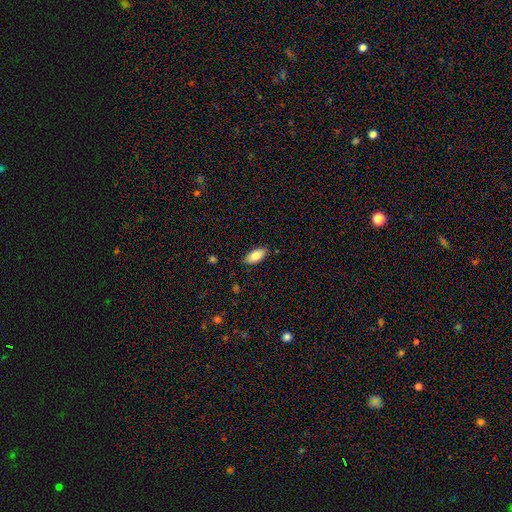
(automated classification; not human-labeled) Smooth or featured? smooth (82%)
How rounded? in between (91%)
Merging? none (86%)